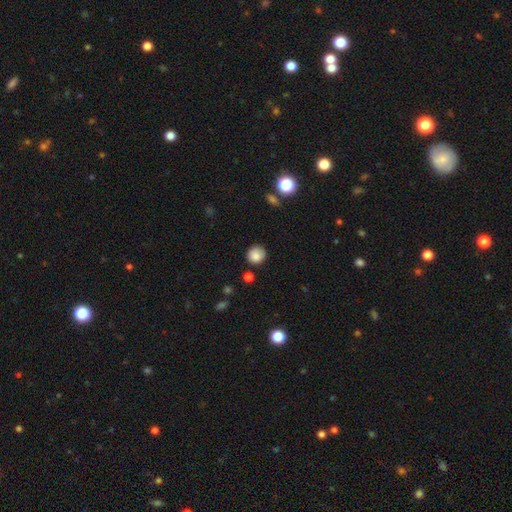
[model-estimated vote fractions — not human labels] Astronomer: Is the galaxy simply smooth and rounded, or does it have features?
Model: smooth — 85%.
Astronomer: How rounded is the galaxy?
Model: round — 88%.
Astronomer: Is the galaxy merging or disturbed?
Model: none — 80%.